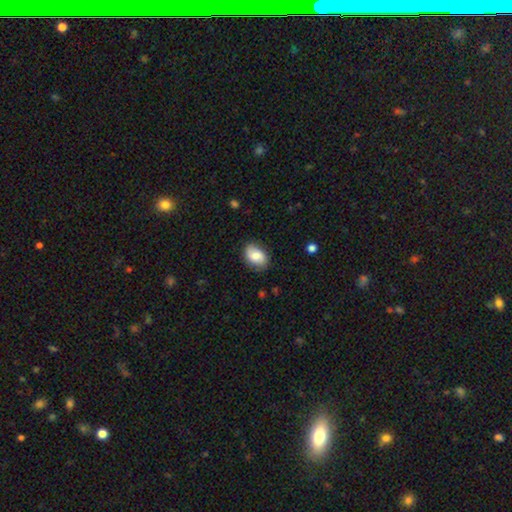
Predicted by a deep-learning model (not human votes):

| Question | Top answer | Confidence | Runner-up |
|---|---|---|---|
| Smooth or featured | smooth | 77% | featured or disk (16%) |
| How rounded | in between | 84% | round (15%) |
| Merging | none | 79% | minor disturbance (17%) |